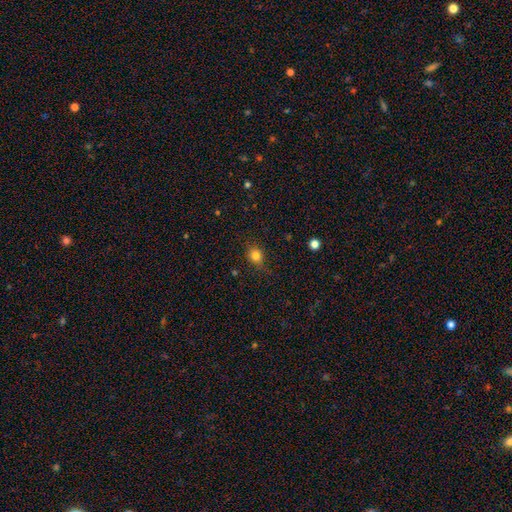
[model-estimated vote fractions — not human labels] Smooth or featured? Predicted: smooth (p=0.82). How rounded? Predicted: round (p=0.63). Merging? Predicted: none (p=0.81).